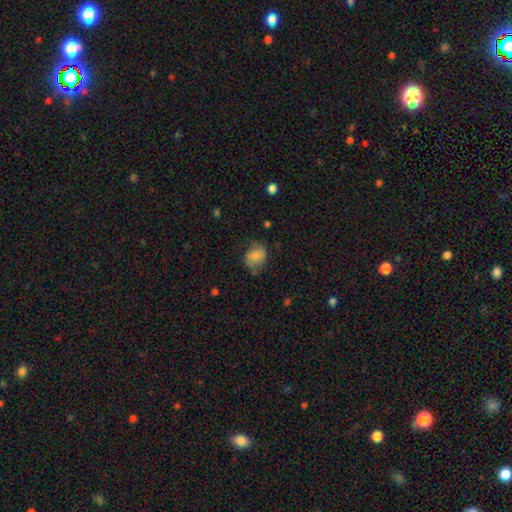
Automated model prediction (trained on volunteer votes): Smooth or featured? smooth (70%)
How rounded? in between (52%)
Merging? none (58%)